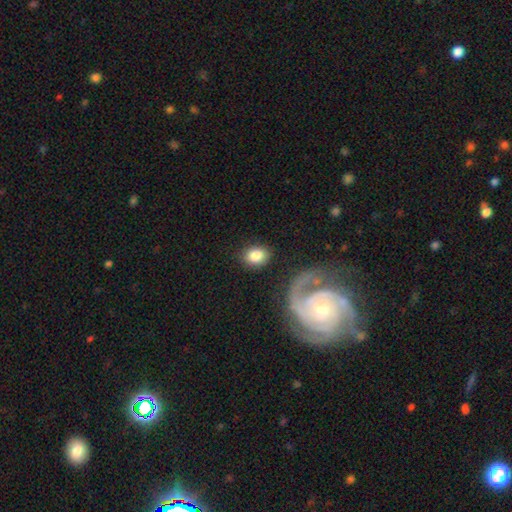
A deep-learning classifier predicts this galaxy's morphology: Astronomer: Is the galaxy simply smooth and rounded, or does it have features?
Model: smooth — 82%.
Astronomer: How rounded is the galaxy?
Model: in between — 61% (runner-up: round, 37%).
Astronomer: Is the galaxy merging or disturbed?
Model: none — 81%.